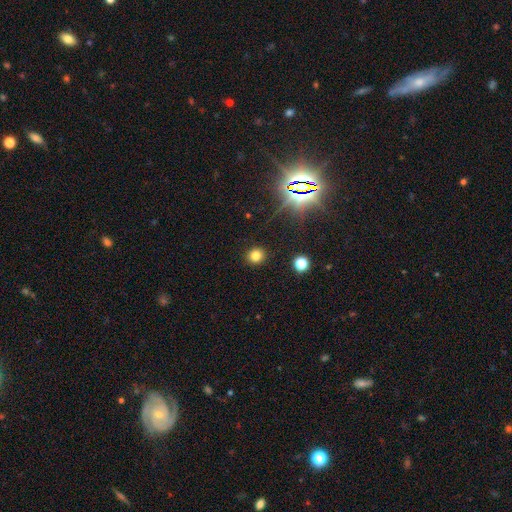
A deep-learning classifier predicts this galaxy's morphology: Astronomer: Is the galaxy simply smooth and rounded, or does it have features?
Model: smooth — 77%.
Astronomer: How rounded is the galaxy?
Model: round — 89%.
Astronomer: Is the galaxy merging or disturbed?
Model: none — 90%.